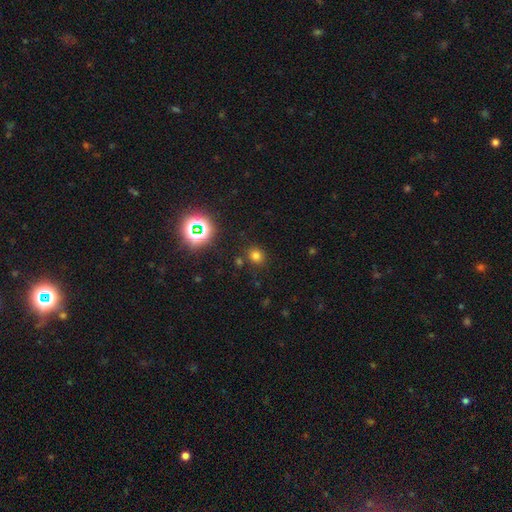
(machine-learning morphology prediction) type=smooth (71%); roundness=round (81%); merging=none (83%).